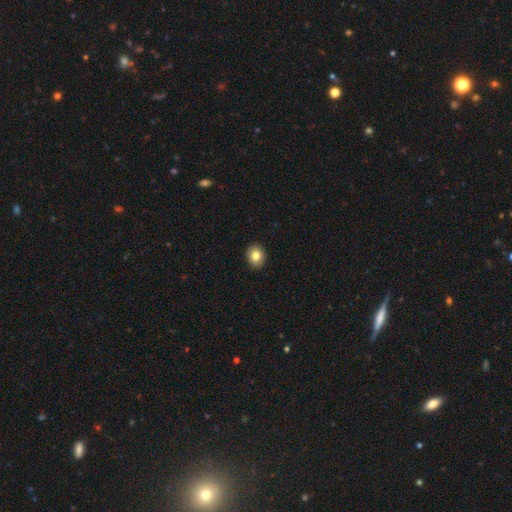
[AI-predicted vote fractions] This is clearly a smooth galaxy (82%). How rounded: possibly round (55%). Merging: clearly none (92%).